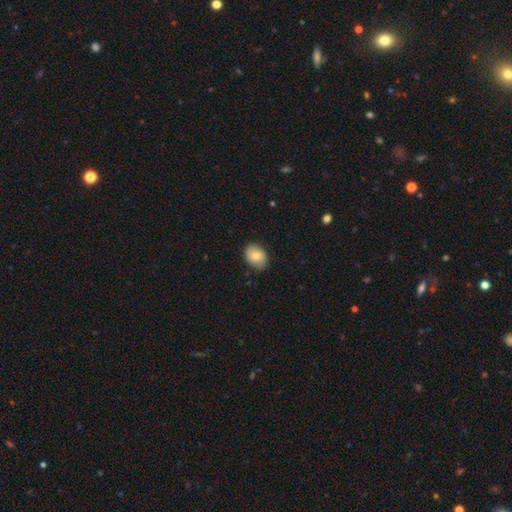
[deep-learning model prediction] smooth-or-featured: smooth: 73% | featured or disk: 19% | star or artifact: 7%
  how-rounded: in between: 63% | round: 36% | cigar-shaped: 1%
  merging: none: 79% | minor disturbance: 17% | major disturbance: 3% | merger: 1%